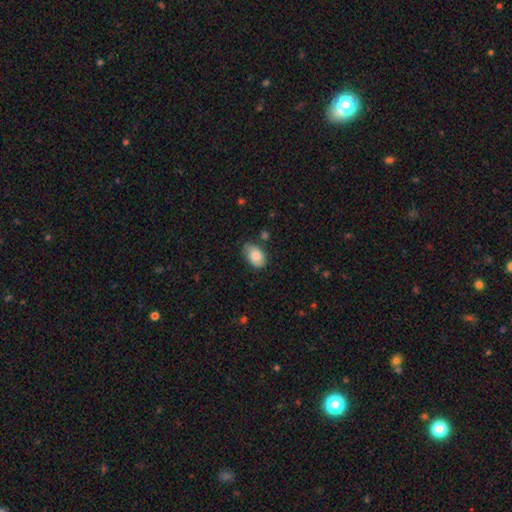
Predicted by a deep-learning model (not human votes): smooth 79%, featured or disk 14%, star or artifact 7%. Down the decision tree: how rounded — in between (88%); merging — none (67%).